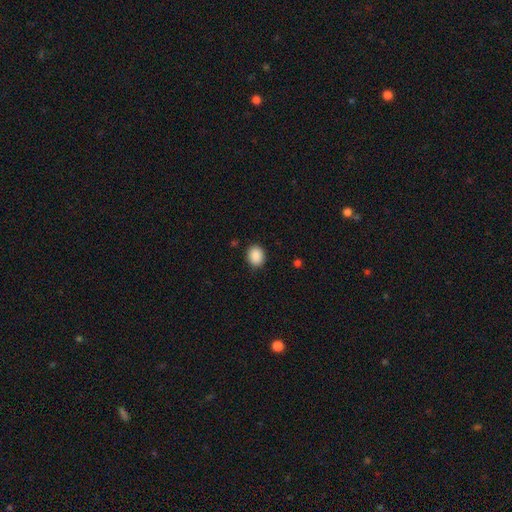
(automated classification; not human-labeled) Smooth or featured: smooth — 89% (star or artifact — 8%)
How rounded: round — 58% (in between — 41%)
Merging: none — 88% (minor disturbance — 8%)